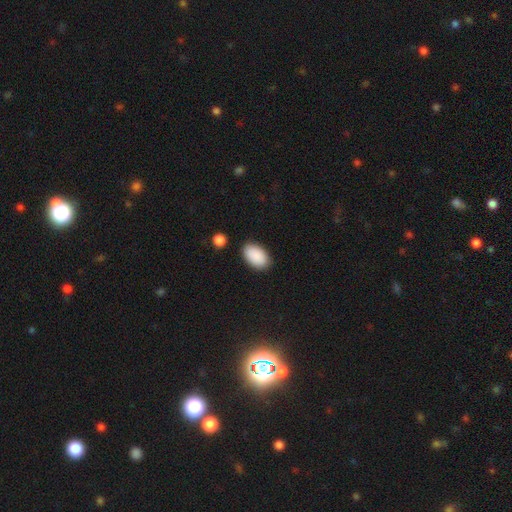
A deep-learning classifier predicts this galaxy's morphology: Smooth or featured? Predicted: smooth (p=0.91). How rounded? Predicted: in between (p=0.94). Merging? Predicted: none (p=0.85).